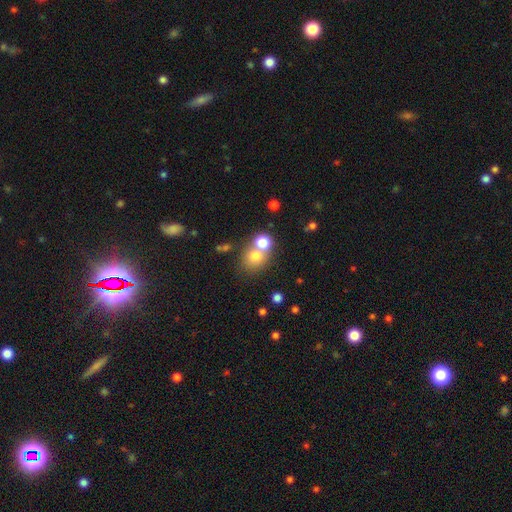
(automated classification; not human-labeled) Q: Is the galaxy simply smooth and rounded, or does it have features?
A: smooth — 74%.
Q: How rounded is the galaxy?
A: round — 74%.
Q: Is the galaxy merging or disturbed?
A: none — 45%.